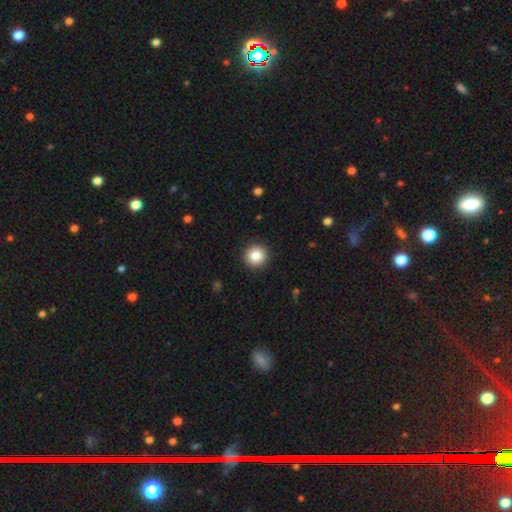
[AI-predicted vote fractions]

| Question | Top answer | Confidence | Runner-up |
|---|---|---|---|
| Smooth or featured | smooth | 85% | star or artifact (9%) |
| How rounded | round | 96% | in between (3%) |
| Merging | none | 93% | minor disturbance (5%) |